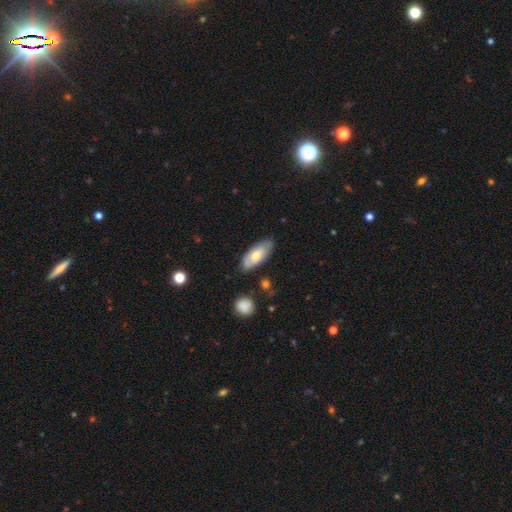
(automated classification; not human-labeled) A smooth galaxy with no disk features (65%) that is in between round and cigar-shaped (81%). Merging: none (76%).